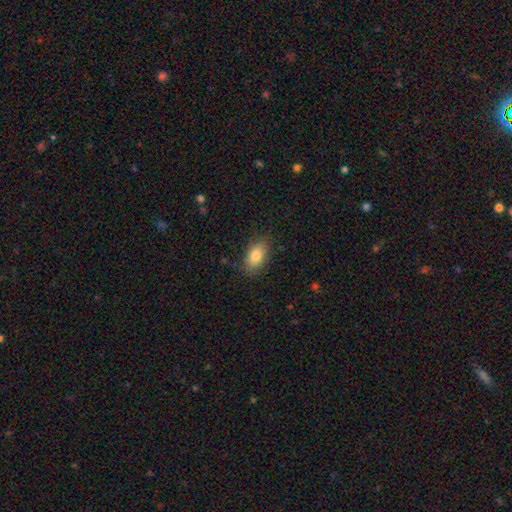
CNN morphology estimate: smooth 83%, featured or disk 9%, star or artifact 7%. Down the decision tree: how rounded — in between (90%); merging — none (81%).